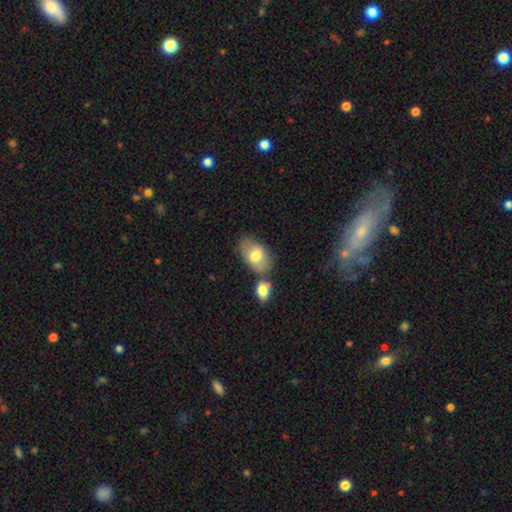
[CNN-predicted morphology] type=smooth (72%); roundness=in between (90%); merging=none (56%).